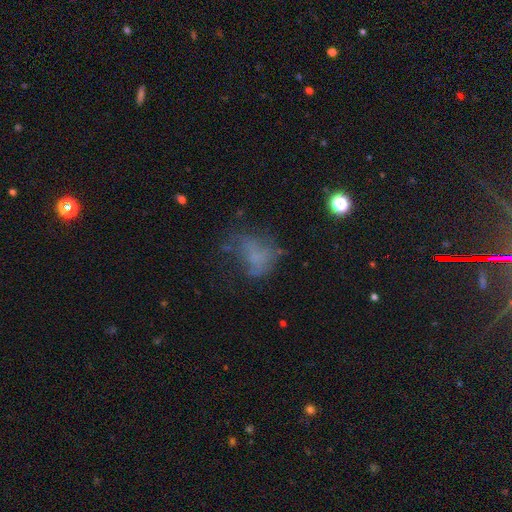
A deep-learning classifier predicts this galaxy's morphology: A smooth galaxy with no disk features (46%).

Vote fractions:
- Smooth or featured? smooth: 46% / featured or disk: 32% / star or artifact: 22%
- Merging? none: 40% / major disturbance: 33% / minor disturbance: 22% / merger: 4%